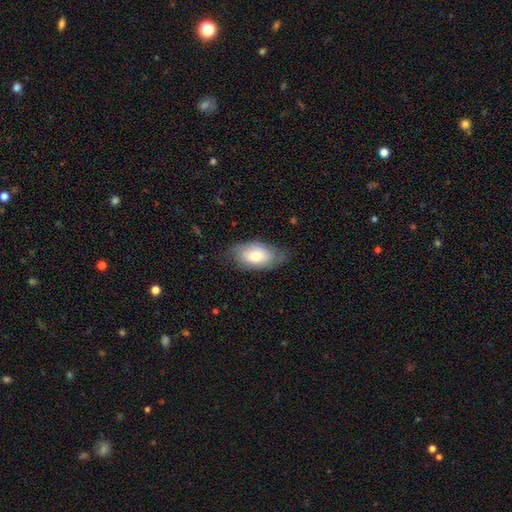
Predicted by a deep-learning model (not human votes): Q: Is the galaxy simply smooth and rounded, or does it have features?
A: smooth — 69%.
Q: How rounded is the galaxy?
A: in between — 92%.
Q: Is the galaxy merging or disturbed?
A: none — 64%.